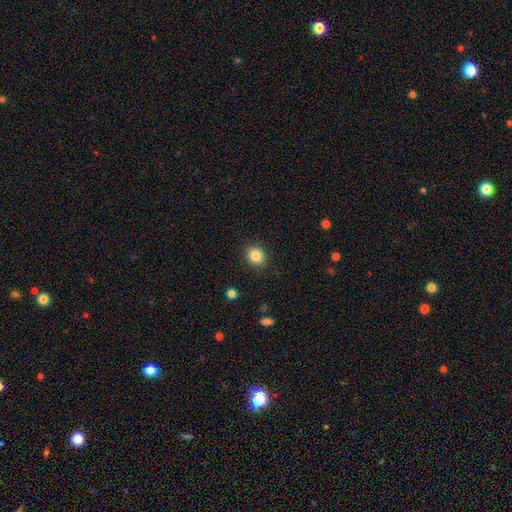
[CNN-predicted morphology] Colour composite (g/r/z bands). It shows a smooth galaxy with no disk features (84%) that is round (70%). Merging: none (89%).